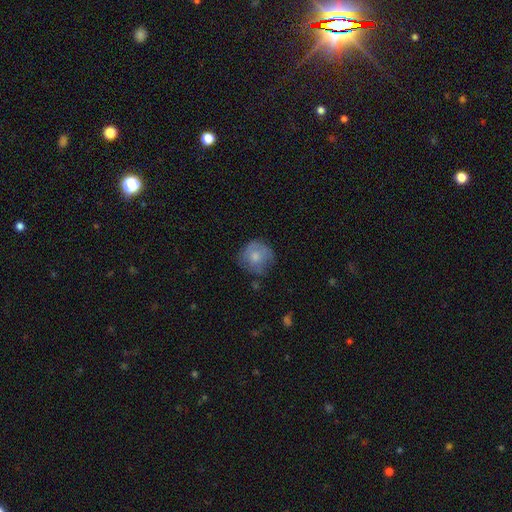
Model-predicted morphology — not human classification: This is likely a smooth galaxy (69%). How rounded: clearly round (88%). Merging: likely none (62%).